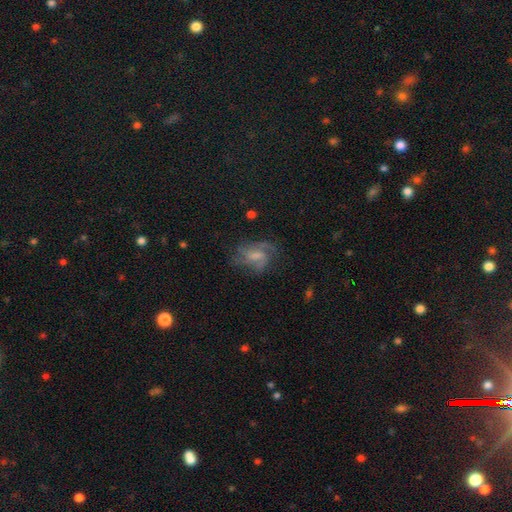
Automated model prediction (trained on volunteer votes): Q: Smooth or featured?
A: featured or disk (69%); runner-up: smooth (21%)
Q: Edge-on disk?
A: no (97%); runner-up: yes (3%)
Q: Bar?
A: weak (47%); runner-up: no (41%)
Q: Spiral arms?
A: yes (87%); runner-up: no (13%)
Q: Spiral winding?
A: medium (47%); runner-up: loose (31%)
Q: Spiral arm count?
A: 3 (32%); runner-up: can't tell (24%)
Q: Bulge size?
A: moderate (33%); runner-up: none (29%)
Q: Merging?
A: none (55%); runner-up: major disturbance (22%)